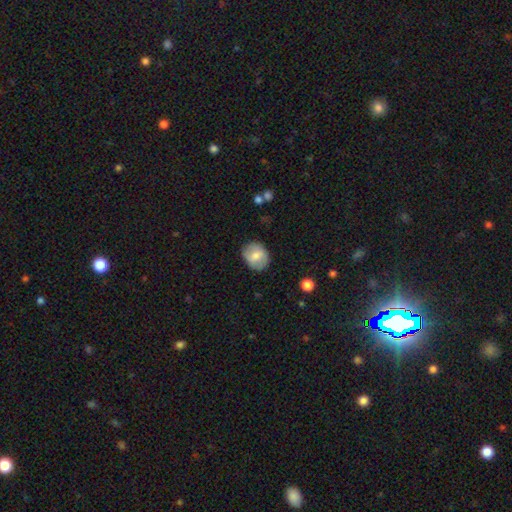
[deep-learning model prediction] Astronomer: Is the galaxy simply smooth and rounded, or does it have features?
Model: smooth — 67%.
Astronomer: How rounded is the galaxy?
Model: round — 57% (runner-up: in between, 42%).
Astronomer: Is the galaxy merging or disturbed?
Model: none — 82%.